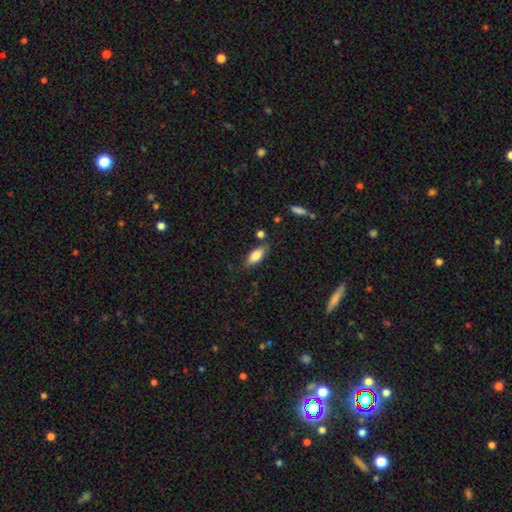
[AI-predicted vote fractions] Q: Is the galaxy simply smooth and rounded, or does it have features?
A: smooth — 77%.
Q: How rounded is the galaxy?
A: in between — 80%.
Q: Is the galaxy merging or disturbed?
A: none — 76%.